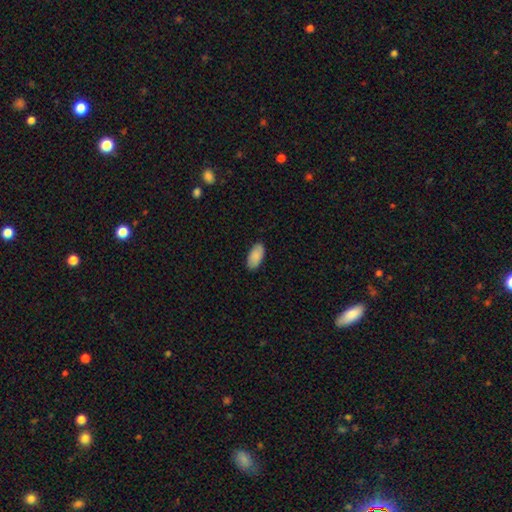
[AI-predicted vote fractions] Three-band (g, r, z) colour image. It shows a smooth galaxy with no disk features (88%) that is in between round and cigar-shaped (94%). Merging: none (86%).